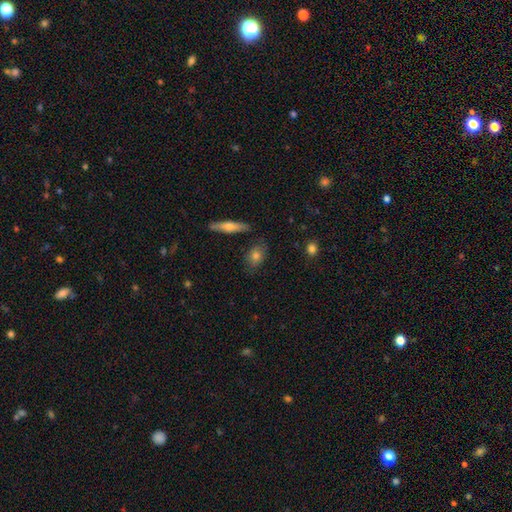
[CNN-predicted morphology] Overall: smooth (72%). How rounded: in between (71%). Merging: none (76%).